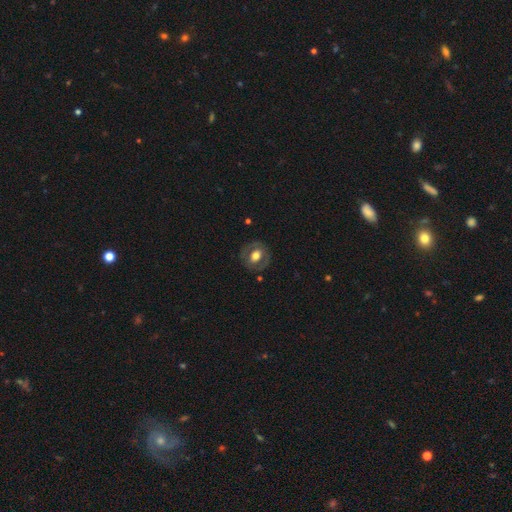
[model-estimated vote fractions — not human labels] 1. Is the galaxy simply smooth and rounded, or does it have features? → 49% featured or disk, 44% smooth, 7% star or artifact.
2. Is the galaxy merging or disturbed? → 79% none, 13% minor disturbance, 6% major disturbance, 1% merger.